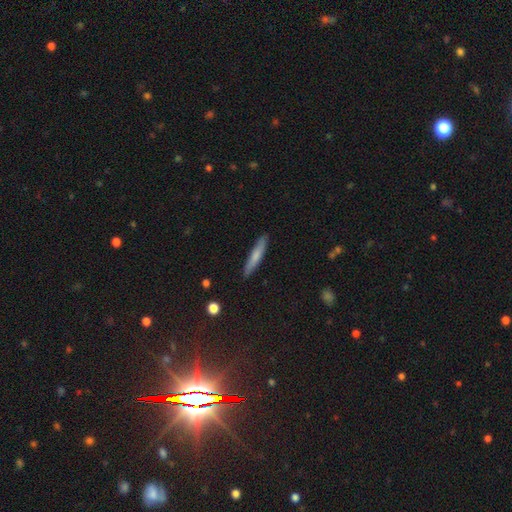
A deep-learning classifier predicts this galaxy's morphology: Smooth or featured? smooth (70%)
How rounded? cigar-shaped (91%)
Merging? none (88%)